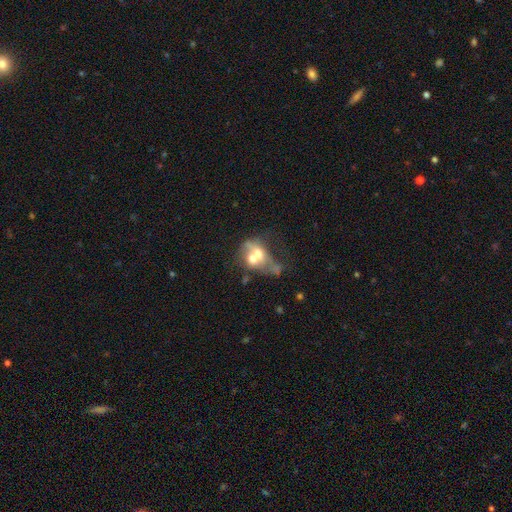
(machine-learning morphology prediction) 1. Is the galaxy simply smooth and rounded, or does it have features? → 45% featured or disk, 44% smooth, 11% star or artifact.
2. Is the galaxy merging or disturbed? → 66% merger, 14% none, 13% major disturbance, 8% minor disturbance.